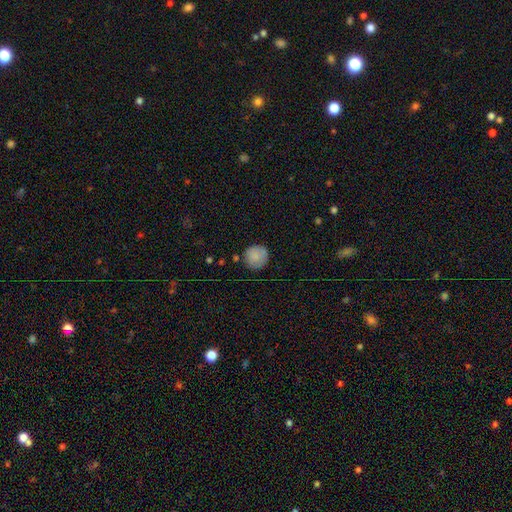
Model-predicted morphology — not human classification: smooth-or-featured: smooth: 86% | star or artifact: 8% | featured or disk: 7%
  how-rounded: round: 93% | in between: 6% | cigar-shaped: 1%
  merging: none: 83% | minor disturbance: 12% | major disturbance: 3% | merger: 2%